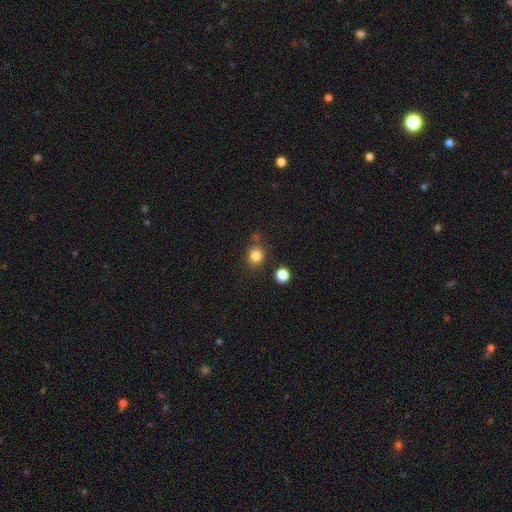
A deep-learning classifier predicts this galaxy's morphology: This appears to be a smooth galaxy with no disk features (82%) that is round (83%). Merging: none (77%).